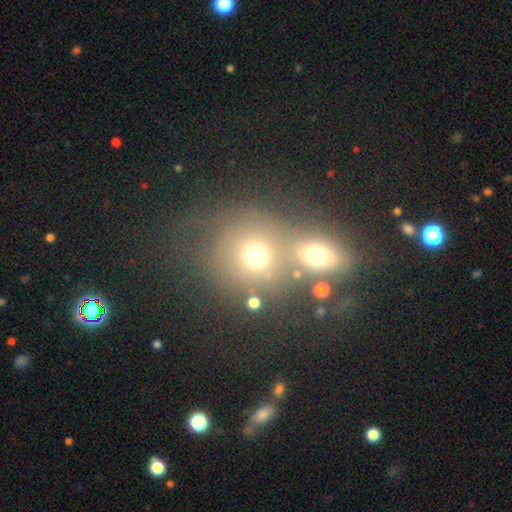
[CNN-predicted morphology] This is likely a smooth galaxy (68%). How rounded: clearly round (82%). Merging: possibly merger (48%).